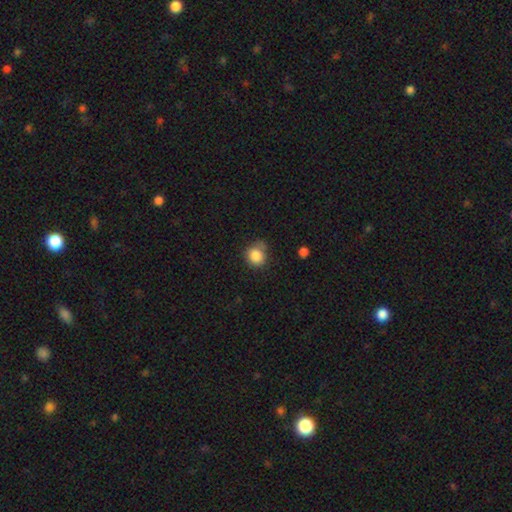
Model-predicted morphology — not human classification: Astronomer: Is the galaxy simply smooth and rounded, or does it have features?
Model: smooth — 85%.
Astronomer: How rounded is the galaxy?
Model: round — 82%.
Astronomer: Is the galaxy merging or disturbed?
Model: none — 62%.